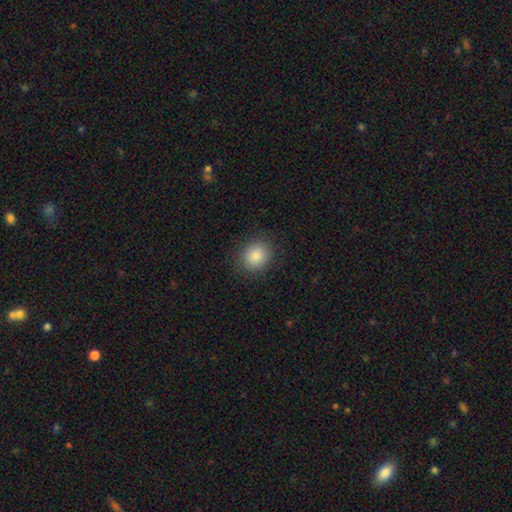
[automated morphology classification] Smooth or featured?
  - smooth: 87% *
  - star or artifact: 9%
  - featured or disk: 5%
How rounded?
  - round: 74% *
  - in between: 25%
  - cigar-shaped: 1%
Merging?
  - none: 88% *
  - minor disturbance: 8%
  - major disturbance: 3%
  - merger: 1%